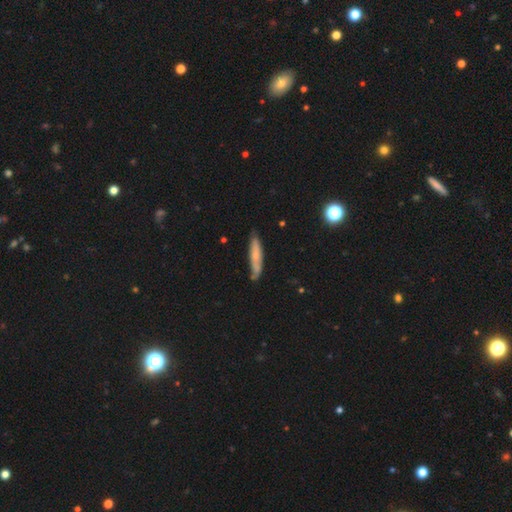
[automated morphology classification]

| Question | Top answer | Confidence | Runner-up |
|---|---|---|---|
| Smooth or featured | smooth | 61% | featured or disk (33%) |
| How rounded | cigar-shaped | 86% | in between (12%) |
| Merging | none | 72% | minor disturbance (22%) |